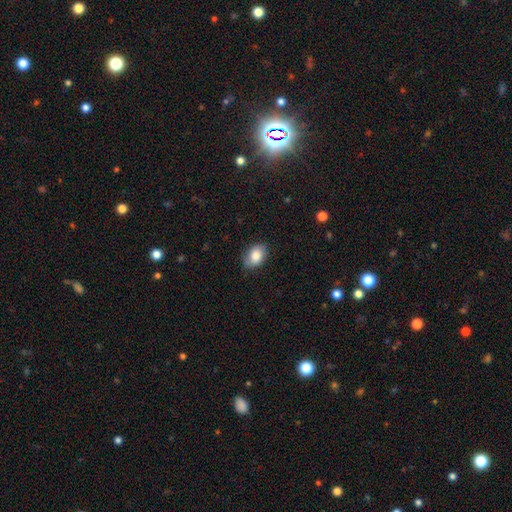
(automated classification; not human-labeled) Smooth or featured? Predicted: smooth (p=0.80). How rounded? Predicted: in between (p=0.78). Merging? Predicted: none (p=0.77).